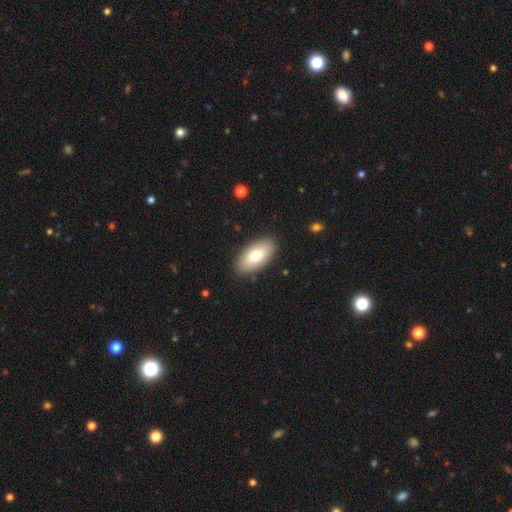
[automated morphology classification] Q: Smooth or featured?
A: smooth (72%); runner-up: featured or disk (22%)
Q: How rounded?
A: in between (93%); runner-up: cigar-shaped (4%)
Q: Merging?
A: none (88%); runner-up: minor disturbance (8%)